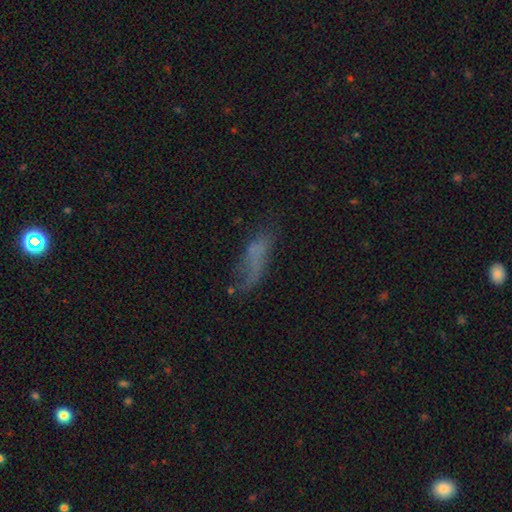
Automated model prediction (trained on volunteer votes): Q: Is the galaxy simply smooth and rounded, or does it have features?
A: smooth — 55%.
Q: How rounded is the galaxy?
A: in between — 53%.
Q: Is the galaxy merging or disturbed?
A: none — 43%.